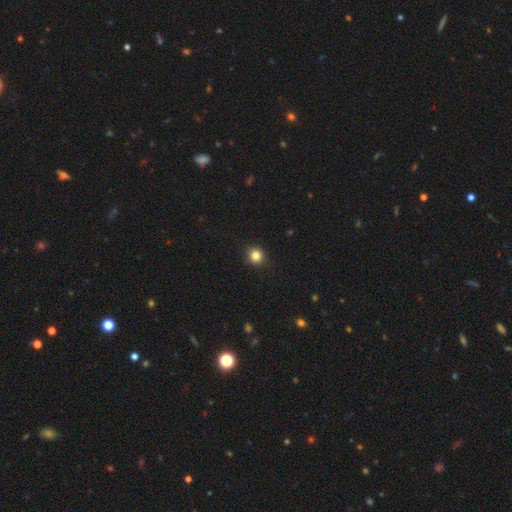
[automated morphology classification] This is clearly a smooth galaxy (84%). How rounded: clearly round (88%). Merging: clearly none (90%).